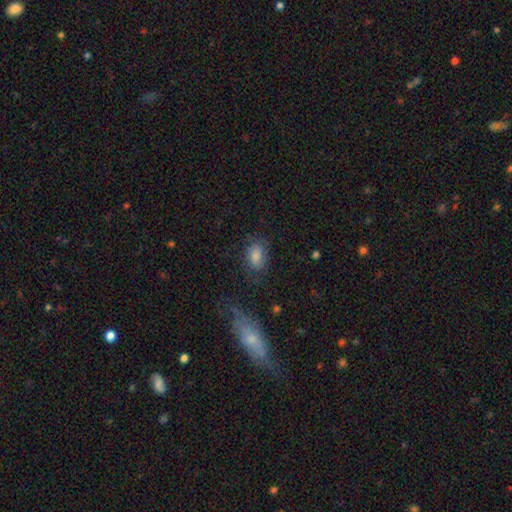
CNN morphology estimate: type=smooth (74%); roundness=in between (81%); merging=none (73%).